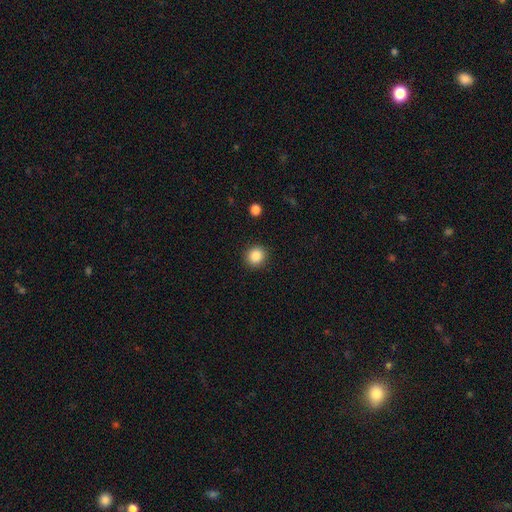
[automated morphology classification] Smooth or featured?
  - smooth: 87% *
  - star or artifact: 10%
  - featured or disk: 3%
How rounded?
  - round: 87% *
  - in between: 12%
  - cigar-shaped: 1%
Merging?
  - none: 91% *
  - minor disturbance: 6%
  - major disturbance: 2%
  - merger: 1%